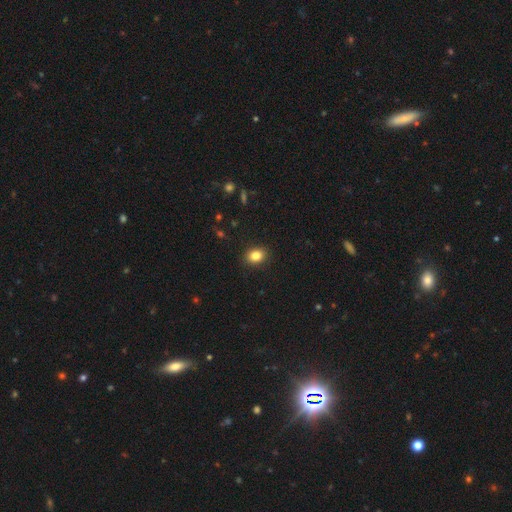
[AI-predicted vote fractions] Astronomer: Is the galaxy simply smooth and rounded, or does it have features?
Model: smooth — 85%.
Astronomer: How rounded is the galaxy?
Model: in between — 61% (runner-up: round, 38%).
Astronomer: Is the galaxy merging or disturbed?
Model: none — 89%.